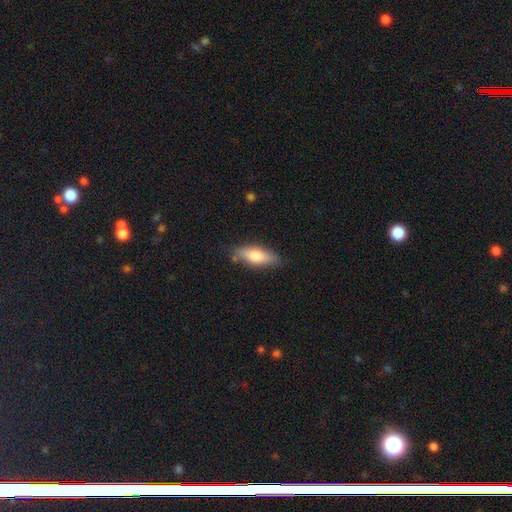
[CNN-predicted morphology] This is likely a smooth galaxy (68%). How rounded: likely in between (61%). Merging: likely none (78%).